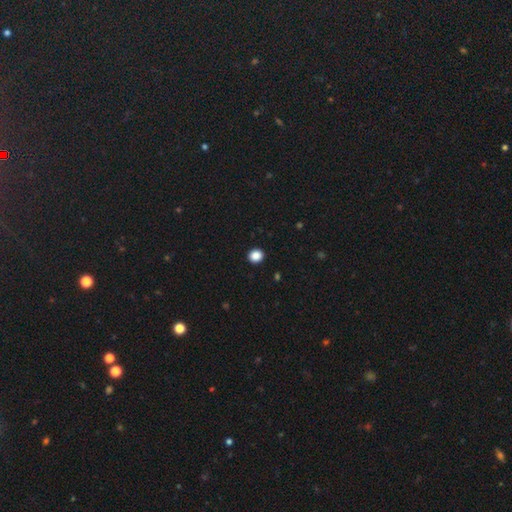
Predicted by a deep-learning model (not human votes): Q: Smooth or featured?
A: smooth (88%); runner-up: star or artifact (10%)
Q: How rounded?
A: round (80%); runner-up: in between (19%)
Q: Merging?
A: none (93%); runner-up: minor disturbance (4%)